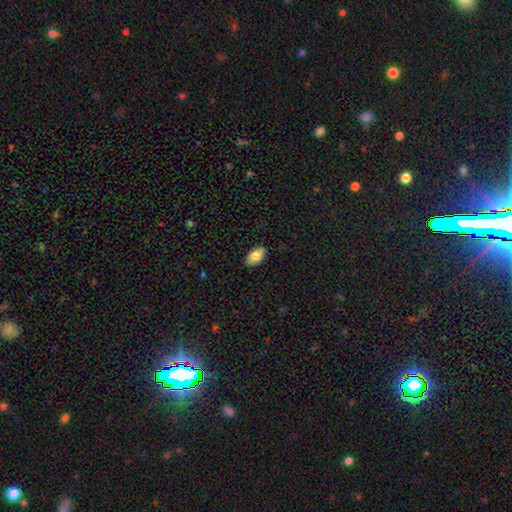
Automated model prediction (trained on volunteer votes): smooth_or_featured: smooth (p=0.82) [alt: featured or disk p=0.11]
how_rounded: in between (p=0.93) [alt: round p=0.04]
merging: none (p=0.87) [alt: minor disturbance p=0.10]